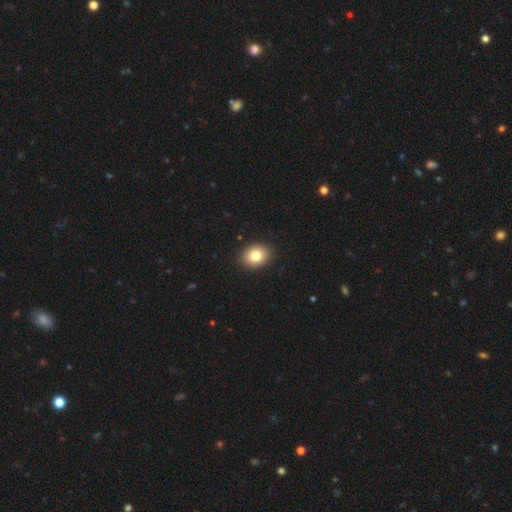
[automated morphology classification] smooth-or-featured: smooth: 82% | star or artifact: 9% | featured or disk: 9%
  how-rounded: in between: 53% | round: 46% | cigar-shaped: 1%
  merging: none: 91% | minor disturbance: 6% | major disturbance: 2% | merger: 1%